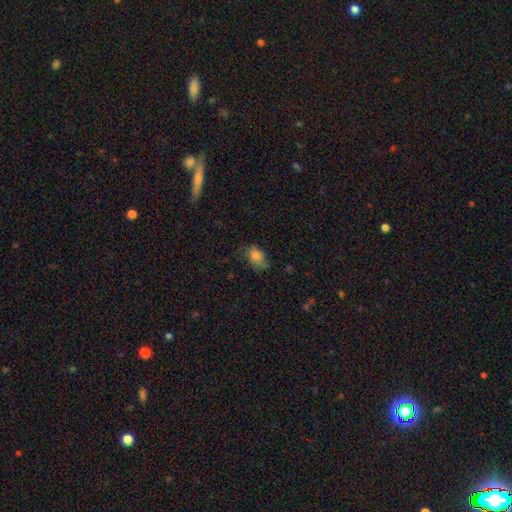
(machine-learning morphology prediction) A smooth galaxy with no disk features (77%) that is in between round and cigar-shaped (82%).

Vote fractions:
- Smooth or featured? smooth: 77% / featured or disk: 13% / star or artifact: 10%
- How rounded? in between: 82% / round: 16% / cigar-shaped: 2%
- Merging? none: 51% / minor disturbance: 32% / major disturbance: 15% / merger: 2%